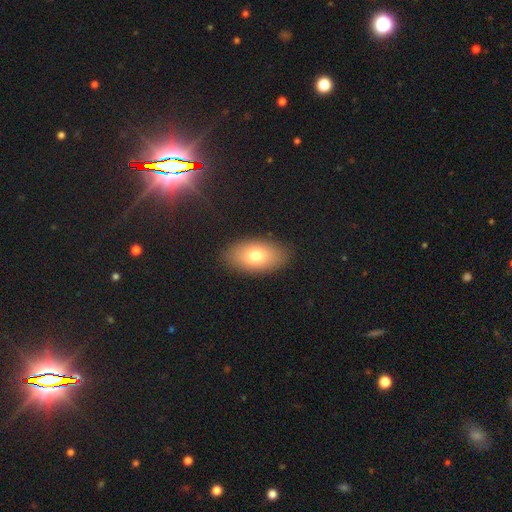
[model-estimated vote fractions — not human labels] Q: Smooth or featured?
A: smooth (76%); runner-up: featured or disk (16%)
Q: How rounded?
A: in between (92%); runner-up: round (5%)
Q: Merging?
A: none (87%); runner-up: minor disturbance (9%)